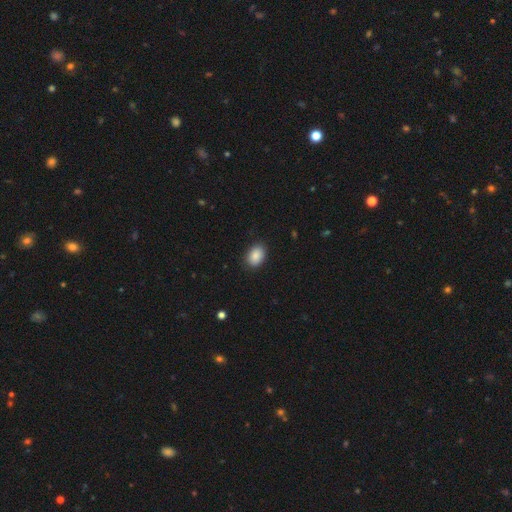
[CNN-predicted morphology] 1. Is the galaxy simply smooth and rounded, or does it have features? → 88% smooth, 8% star or artifact, 4% featured or disk.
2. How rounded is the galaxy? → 79% in between, 20% round, 1% cigar-shaped.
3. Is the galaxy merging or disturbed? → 88% none, 9% minor disturbance, 2% major disturbance, 1% merger.